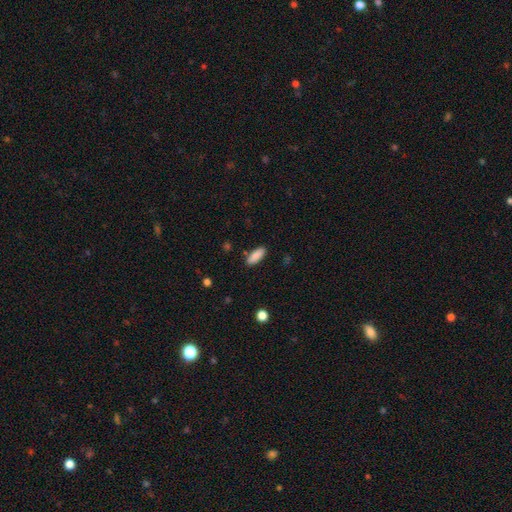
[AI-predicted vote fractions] Smooth or featured? smooth (89%)
How rounded? in between (69%)
Merging? none (87%)